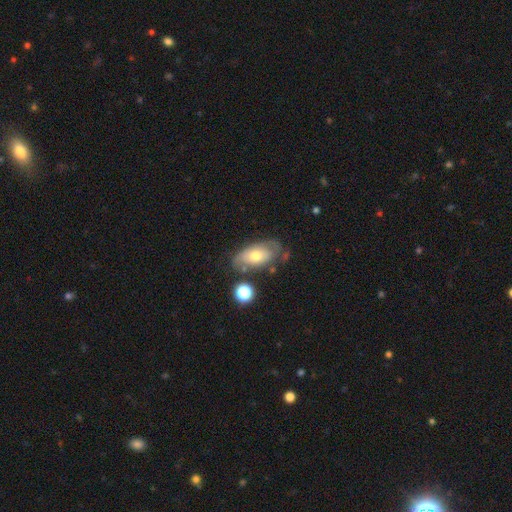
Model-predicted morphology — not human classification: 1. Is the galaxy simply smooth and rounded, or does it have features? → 51% smooth, 41% featured or disk, 8% star or artifact.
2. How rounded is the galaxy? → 90% in between, 7% round, 3% cigar-shaped.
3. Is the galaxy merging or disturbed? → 58% none, 24% minor disturbance, 10% major disturbance, 8% merger.